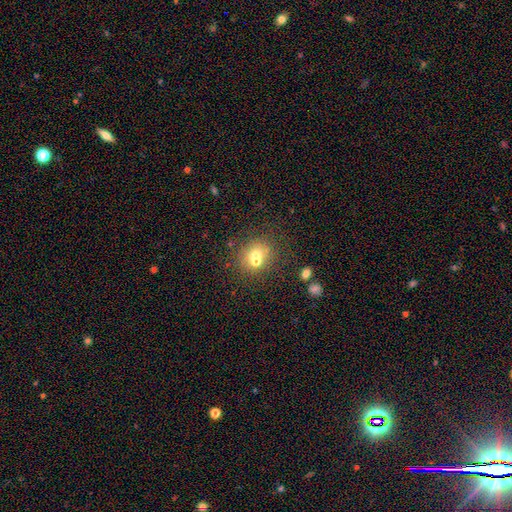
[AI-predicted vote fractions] Q: Smooth or featured?
A: smooth (64%); runner-up: featured or disk (21%)
Q: How rounded?
A: round (77%); runner-up: in between (22%)
Q: Merging?
A: none (47%); runner-up: merger (41%)